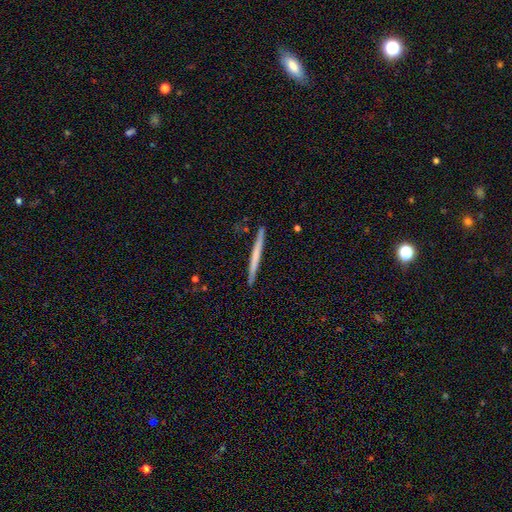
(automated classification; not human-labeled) This appears to be a smooth galaxy with no disk features (54%) that is cigar-shaped (97%). Merging: none (91%).